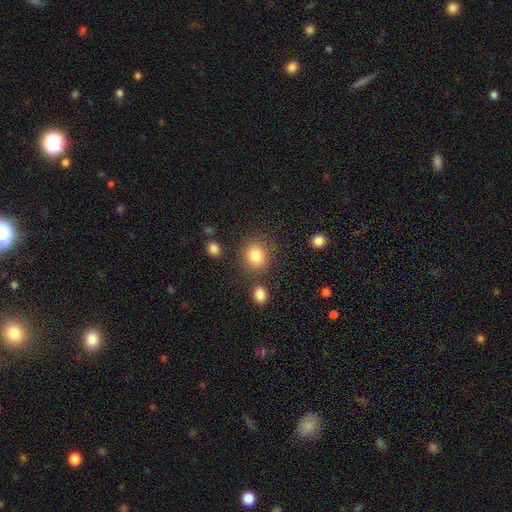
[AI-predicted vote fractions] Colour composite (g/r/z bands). It shows a smooth galaxy with no disk features (84%) that is round (74%). Merging: none (76%).